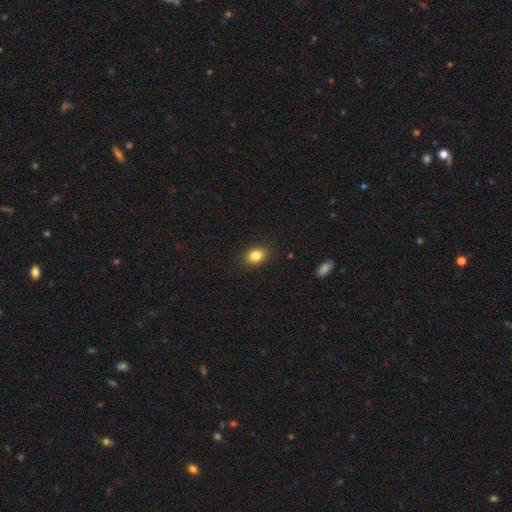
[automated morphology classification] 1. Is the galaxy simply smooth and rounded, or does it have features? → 84% smooth, 9% star or artifact, 7% featured or disk.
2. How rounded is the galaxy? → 72% in between, 27% round, 1% cigar-shaped.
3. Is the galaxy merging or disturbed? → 88% none, 9% minor disturbance, 2% major disturbance, 1% merger.